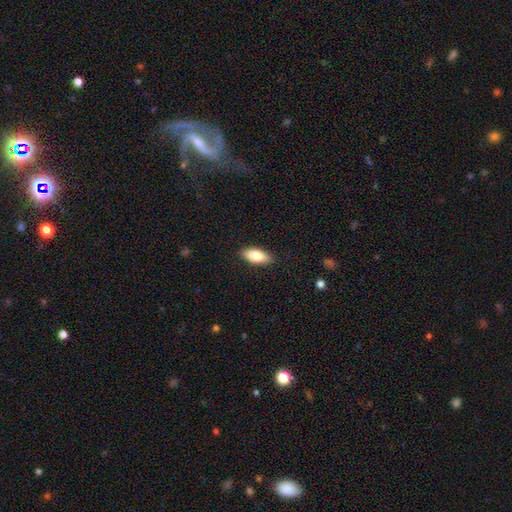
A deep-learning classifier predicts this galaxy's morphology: Smooth or featured? smooth (80%)
How rounded? in between (84%)
Merging? none (87%)